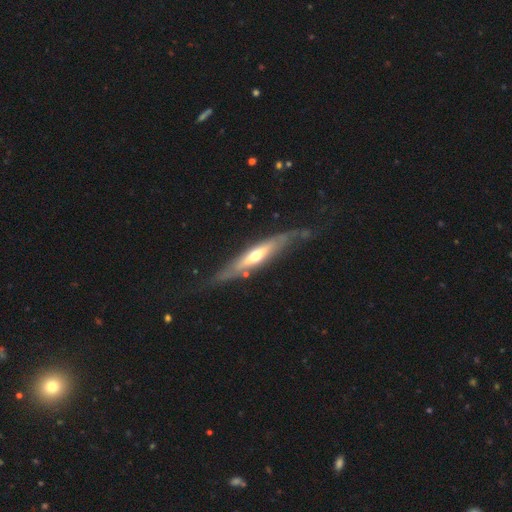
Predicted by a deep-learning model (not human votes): Morphology: type=featured or disk (68%); edge-on=yes (80%); edge-on bulge=rounded (80%); merging=none (70%).